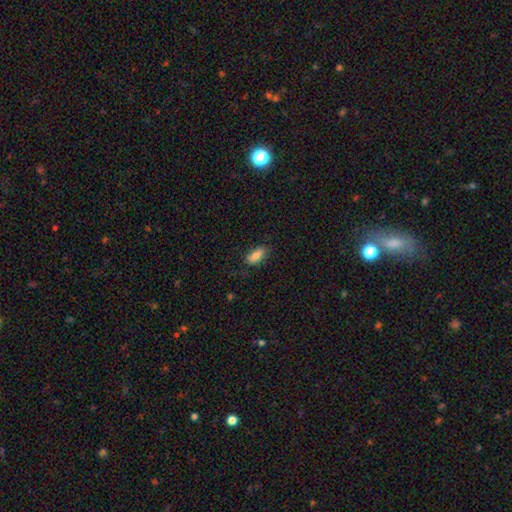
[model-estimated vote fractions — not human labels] smooth 81%, featured or disk 11%, star or artifact 8%. Down the decision tree: how rounded — in between (83%); merging — none (77%).